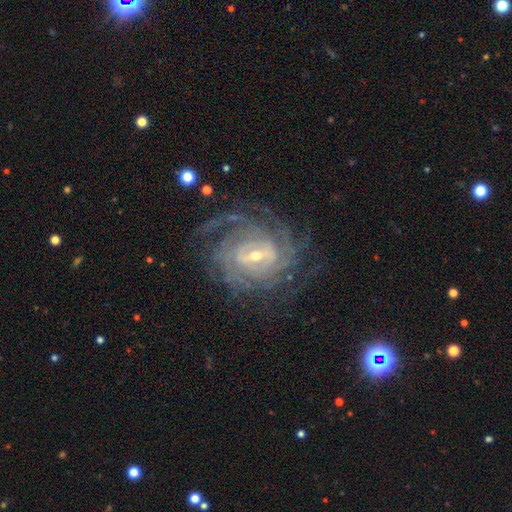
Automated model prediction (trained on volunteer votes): Smooth or featured? Predicted: featured or disk (p=0.91). Edge-on disk? Predicted: no (p=0.97). Bar? Predicted: weak (p=0.49). Spiral arms? Predicted: yes (p=0.97). Spiral winding? Predicted: tight (p=0.70). Spiral arm count? Predicted: can't tell (p=0.30). Bulge size? Predicted: small (p=0.62). Merging? Predicted: none (p=0.73).